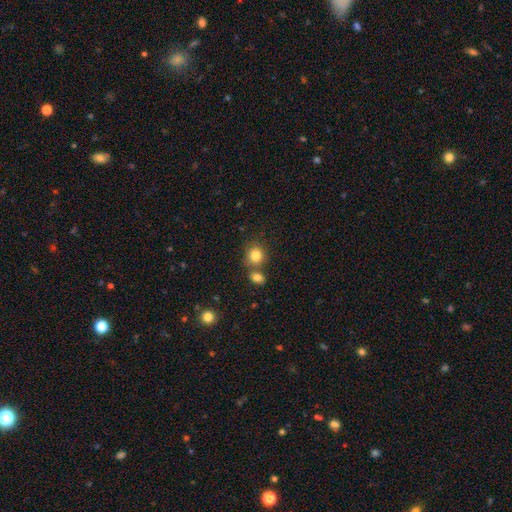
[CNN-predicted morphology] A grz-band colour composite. It shows a smooth galaxy with no disk features (83%) that is round (79%). Merging: none (60%).